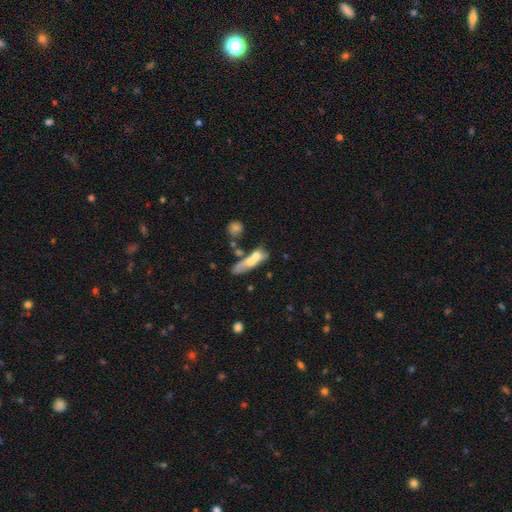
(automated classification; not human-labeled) Overall: smooth (55%; featured or disk 36%). How rounded: cigar-shaped (49%; in between 44%). Merging: merger (46%; none 24%).